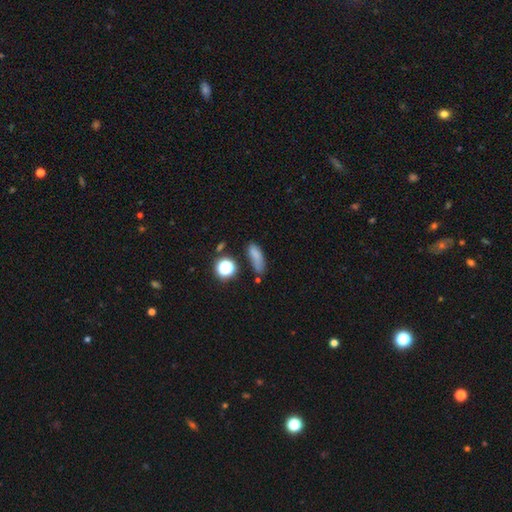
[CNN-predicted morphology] A smooth galaxy with no disk features (71%) that is in between round and cigar-shaped (55%).

Vote fractions:
- Smooth or featured? smooth: 71% / star or artifact: 18% / featured or disk: 11%
- How rounded? in between: 55% / cigar-shaped: 35% / round: 11%
- Merging? none: 54% / minor disturbance: 26% / major disturbance: 12% / merger: 8%